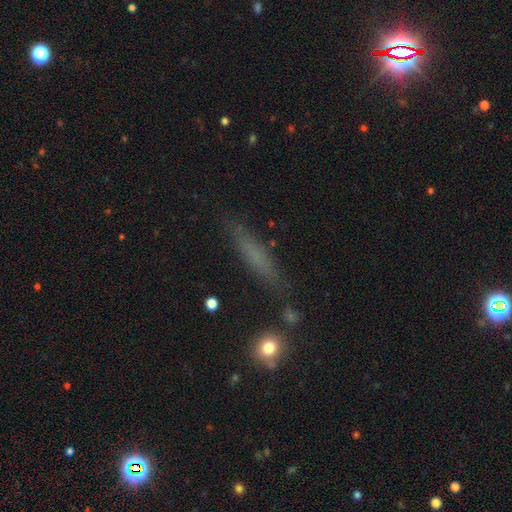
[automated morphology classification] A smooth galaxy with no disk features (58%) that is cigar-shaped (88%).

Vote fractions:
- Smooth or featured? smooth: 58% / featured or disk: 30% / star or artifact: 12%
- How rounded? cigar-shaped: 88% / in between: 10% / round: 2%
- Merging? none: 79% / minor disturbance: 14% / major disturbance: 4% / merger: 3%